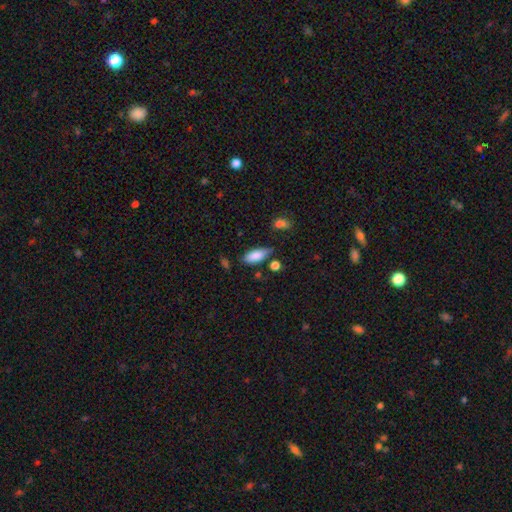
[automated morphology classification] The model was most divided on "merging": none: 62%, minor disturbance: 26%, major disturbance: 6%, merger: 6%. More confident: smooth or featured — smooth (84%); how rounded — in between (82%).